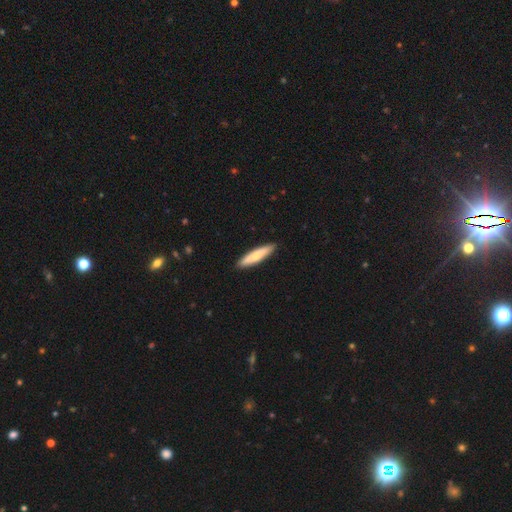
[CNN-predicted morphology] Q: Smooth or featured?
A: smooth (70%); runner-up: featured or disk (25%)
Q: How rounded?
A: cigar-shaped (85%); runner-up: in between (14%)
Q: Merging?
A: none (91%); runner-up: minor disturbance (7%)